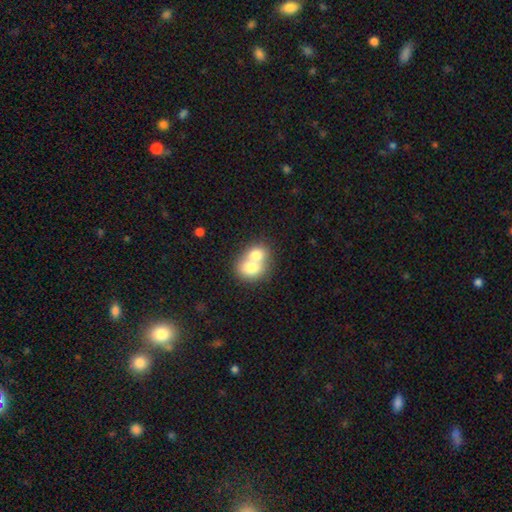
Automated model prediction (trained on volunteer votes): Morphology: type=smooth (72%); roundness=round (55%); merging=merger (74%).